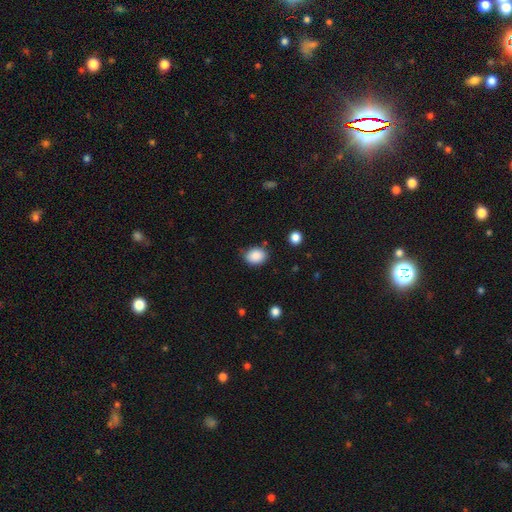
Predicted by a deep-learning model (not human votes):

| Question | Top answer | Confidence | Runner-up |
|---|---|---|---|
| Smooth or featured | smooth | 88% | star or artifact (8%) |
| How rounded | in between | 59% | round (40%) |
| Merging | none | 77% | minor disturbance (17%) |